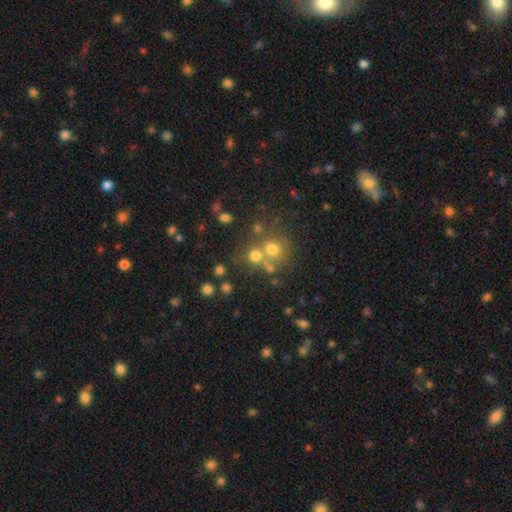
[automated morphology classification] This appears to be a smooth galaxy with no disk features (68%) that is round (88%). Merging: none (56%).